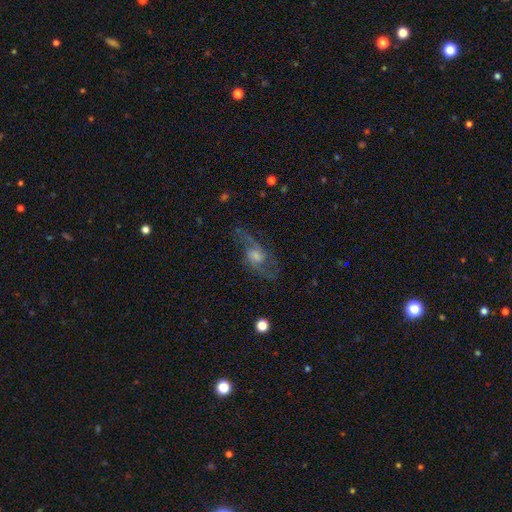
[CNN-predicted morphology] type=featured or disk (70%); edge-on=no (90%); bar=no (56%); spiral arms=yes (87%); winding=loose (50%); arm count=2 (75%); bulge=moderate (47%); merging=none (62%).